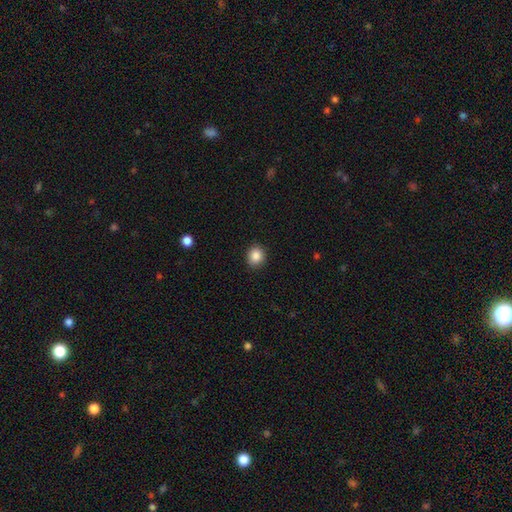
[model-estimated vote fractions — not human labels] Smooth or featured: smooth — 87% (star or artifact — 10%)
How rounded: round — 77% (in between — 22%)
Merging: none — 89% (minor disturbance — 7%)